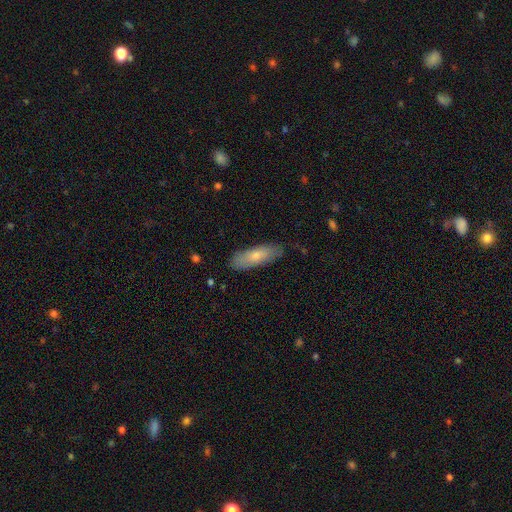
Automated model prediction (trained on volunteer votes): The model was most divided on "how rounded": in between: 55%, cigar-shaped: 43%, round: 2%. More confident: merging — none (80%); smooth or featured — smooth (75%).